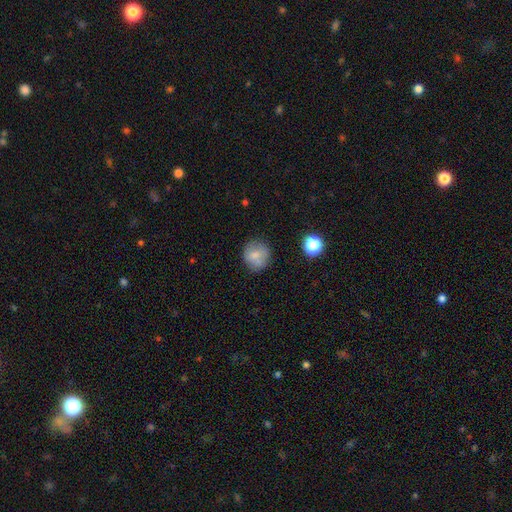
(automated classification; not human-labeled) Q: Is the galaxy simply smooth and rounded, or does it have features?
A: smooth — 76%.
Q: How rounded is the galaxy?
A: round — 88%.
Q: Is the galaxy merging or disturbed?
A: none — 75%.